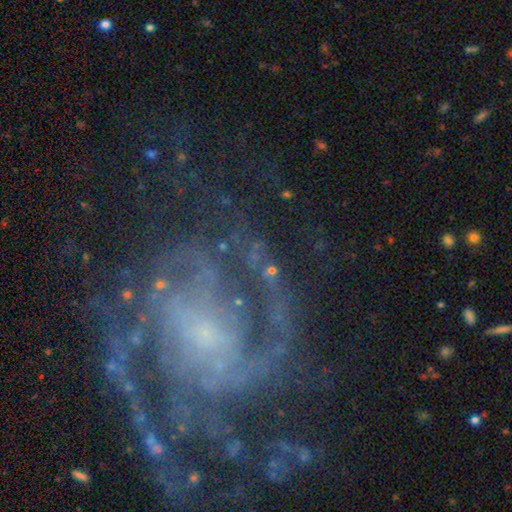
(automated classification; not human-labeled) smooth-or-featured: featured or disk: 84% | star or artifact: 9% | smooth: 6%
  disk-edge-on: no: 98% | yes: 2%
    bar: no: 44% | weak: 38% | strong: 19%
    has-spiral-arms: yes: 94% | no: 6%
      spiral-winding: medium: 44% | tight: 40% | loose: 16%
      spiral-arm-count: 2: 41% | can't tell: 19% | 3: 16% | 4: 8% | 1: 8% | more than 4: 8%
    bulge-size: small: 58% | moderate: 21% | none: 16% | large: 4% | dominant: 2%
  merging: none: 62% | major disturbance: 18% | minor disturbance: 16% | merger: 4%